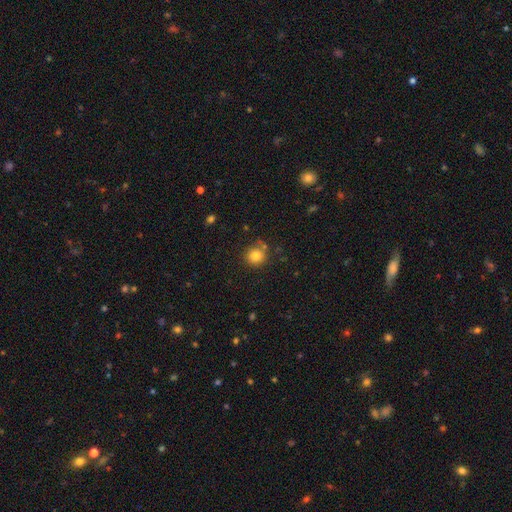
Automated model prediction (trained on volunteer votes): Smooth or featured? Predicted: smooth (p=0.82). How rounded? Predicted: round (p=0.91). Merging? Predicted: none (p=0.79).